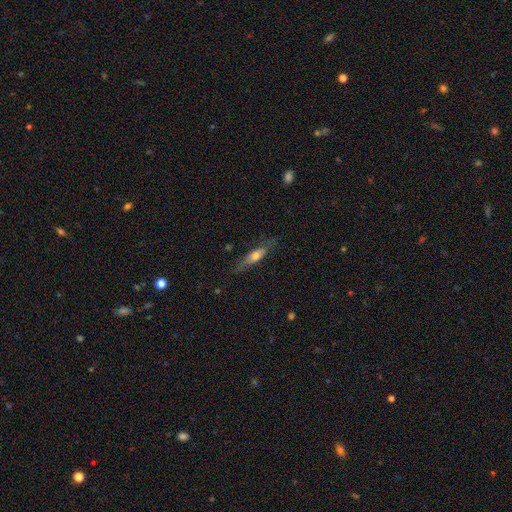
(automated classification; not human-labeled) Smooth or featured? smooth (55%)
How rounded? cigar-shaped (58%)
Merging? none (71%)